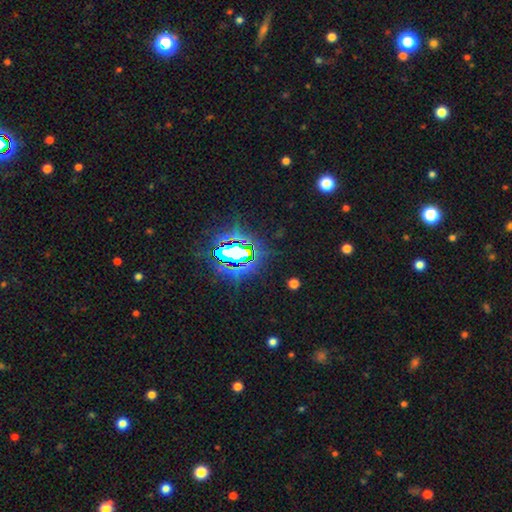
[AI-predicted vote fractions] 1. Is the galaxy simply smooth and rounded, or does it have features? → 83% star or artifact, 10% smooth, 7% featured or disk.